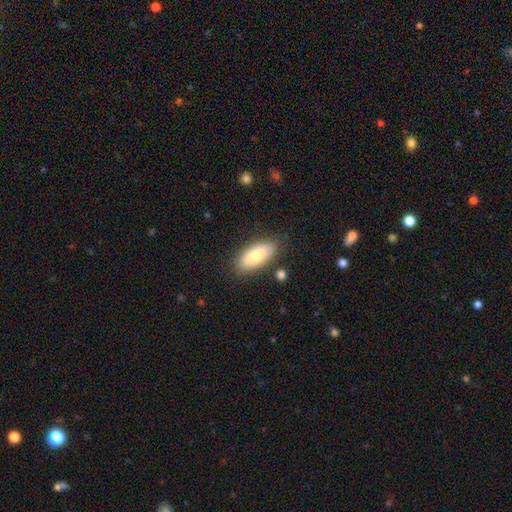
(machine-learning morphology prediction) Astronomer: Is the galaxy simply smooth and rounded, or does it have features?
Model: smooth — 74%.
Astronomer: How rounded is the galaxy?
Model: in between — 88%.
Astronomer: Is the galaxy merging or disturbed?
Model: none — 81%.